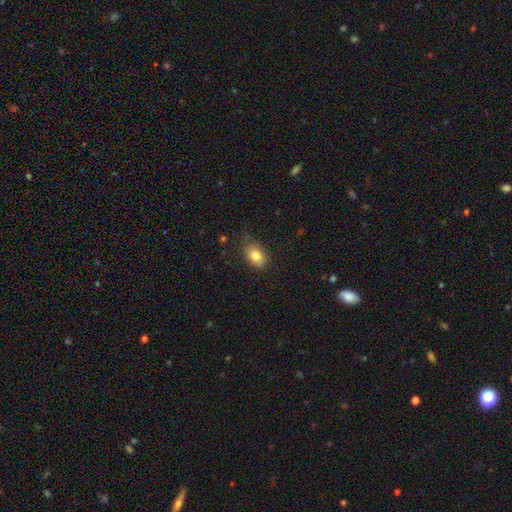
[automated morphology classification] A smooth galaxy with no disk features (81%) that is in between round and cigar-shaped (82%). Merging: none (68%).